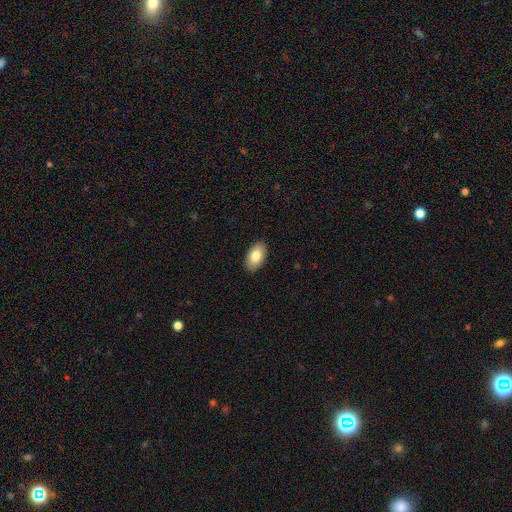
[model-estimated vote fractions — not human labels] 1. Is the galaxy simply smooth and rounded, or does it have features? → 83% smooth, 11% featured or disk, 6% star or artifact.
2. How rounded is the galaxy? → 94% in between, 4% round, 1% cigar-shaped.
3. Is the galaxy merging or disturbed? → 89% none, 8% minor disturbance, 2% major disturbance, 1% merger.